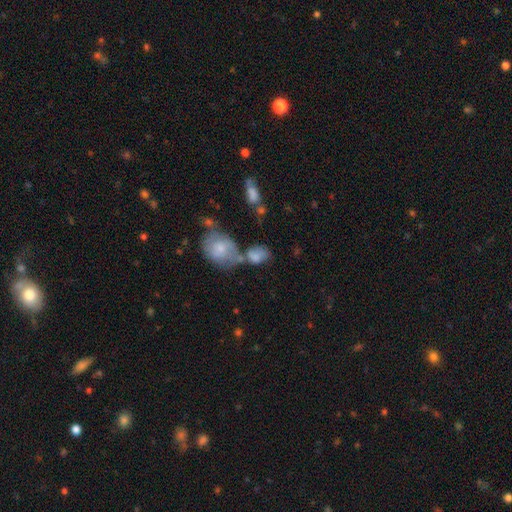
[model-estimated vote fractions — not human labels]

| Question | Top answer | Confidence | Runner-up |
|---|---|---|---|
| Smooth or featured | smooth | 74% | featured or disk (16%) |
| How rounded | in between | 68% | round (30%) |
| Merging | merger | 43% | none (29%) |